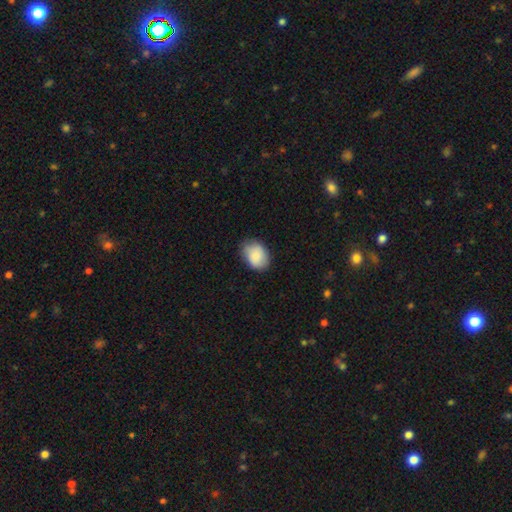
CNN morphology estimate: This appears to be a smooth galaxy with no disk features (86%) that is in between round and cigar-shaped (69%). Merging: none (74%).